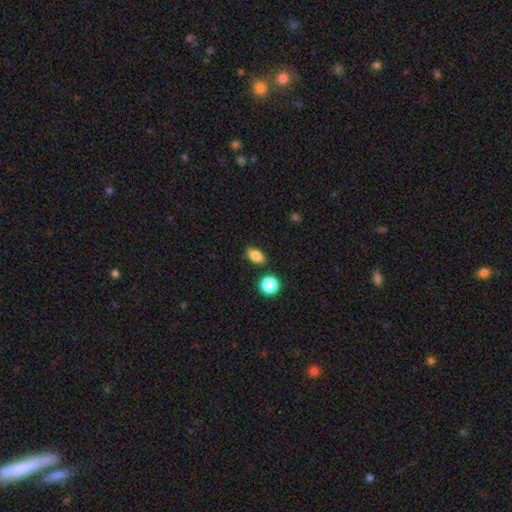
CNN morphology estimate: Smooth or featured? smooth (84%)
How rounded? in between (84%)
Merging? none (85%)